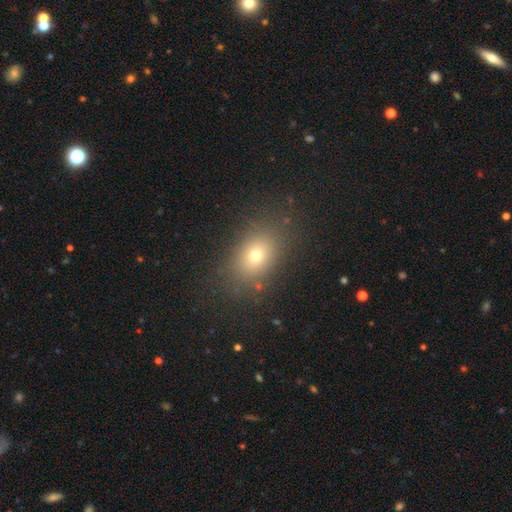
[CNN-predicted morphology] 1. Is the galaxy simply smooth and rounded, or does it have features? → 72% smooth, 15% star or artifact, 13% featured or disk.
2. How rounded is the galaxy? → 71% in between, 28% round, 2% cigar-shaped.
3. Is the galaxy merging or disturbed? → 83% none, 11% minor disturbance, 5% major disturbance, 2% merger.